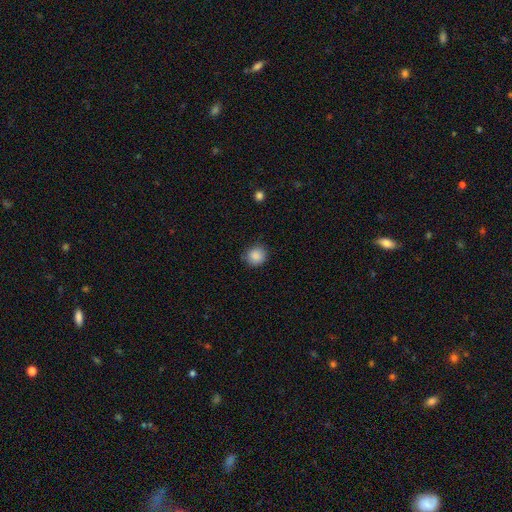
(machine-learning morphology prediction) smooth 87%, star or artifact 9%, featured or disk 3%. Down the decision tree: how rounded — round (88%); merging — none (81%).